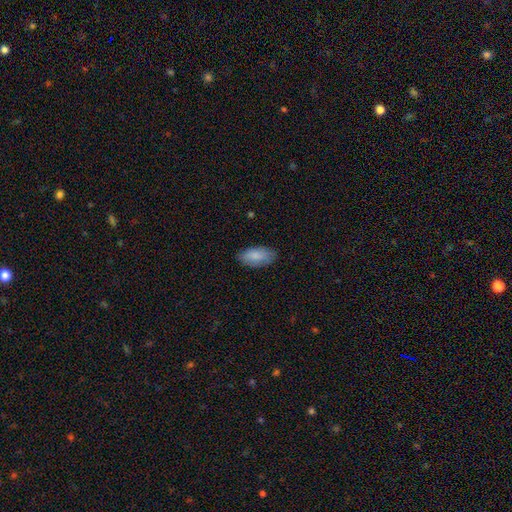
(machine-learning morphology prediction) Smooth or featured? smooth (85%)
How rounded? in between (93%)
Merging? none (80%)